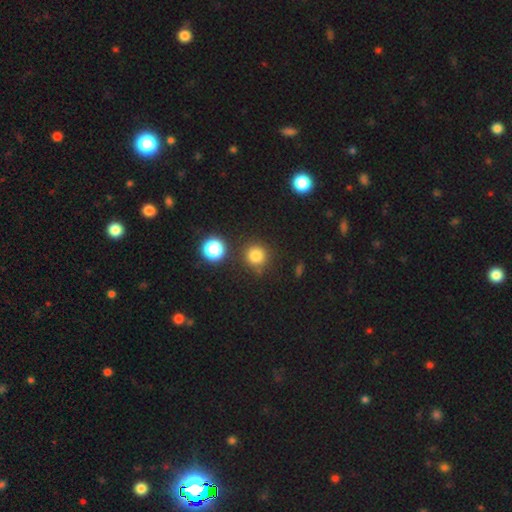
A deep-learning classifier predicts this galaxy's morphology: A smooth galaxy with no disk features (80%) that is round (93%). Merging: none (83%).